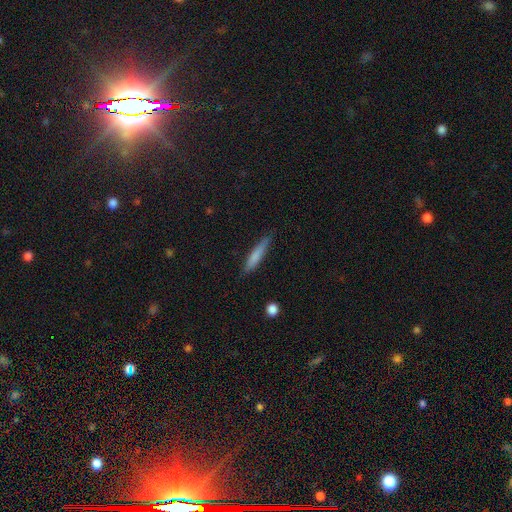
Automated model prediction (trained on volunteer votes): smooth-or-featured: smooth: 74% | featured or disk: 20% | star or artifact: 6%
  how-rounded: cigar-shaped: 90% | in between: 9% | round: 1%
  merging: none: 82% | minor disturbance: 14% | major disturbance: 3% | merger: 1%